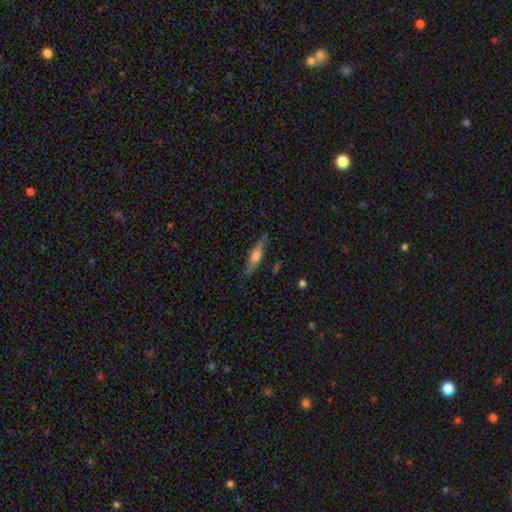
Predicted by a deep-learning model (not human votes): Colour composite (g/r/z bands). It shows a featured or disk galaxy (55%) viewed edge-on (93%) with a rounded central bulge (76%). Merging: none (83%).